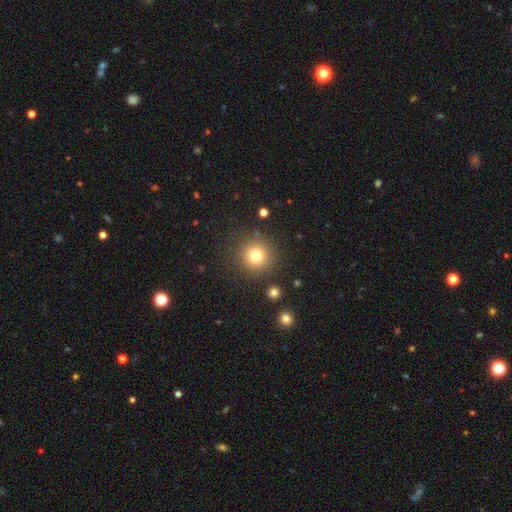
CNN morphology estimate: Smooth or featured: smooth — 77% (star or artifact — 14%)
How rounded: round — 94% (in between — 5%)
Merging: none — 87% (minor disturbance — 7%)